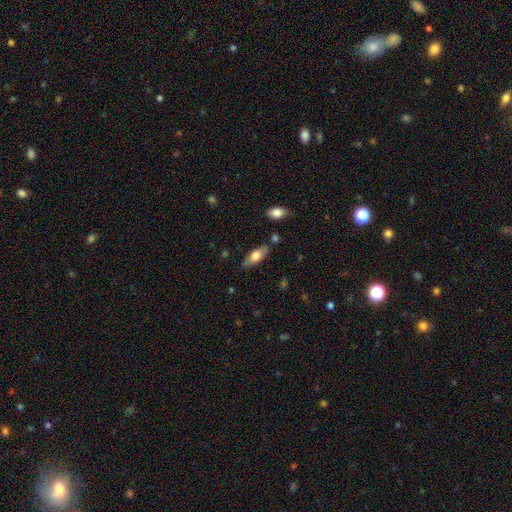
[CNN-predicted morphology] The model was most divided on "smooth or featured": smooth: 67%, featured or disk: 27%, star or artifact: 6%. More confident: how rounded — in between (78%); merging — none (78%).